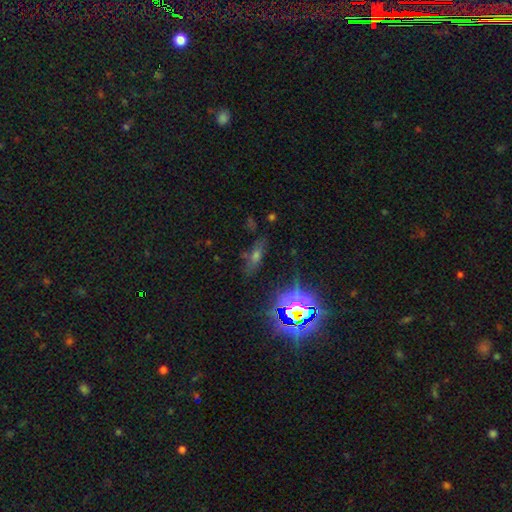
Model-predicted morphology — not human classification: A star or artifact, not a galaxy (46%).